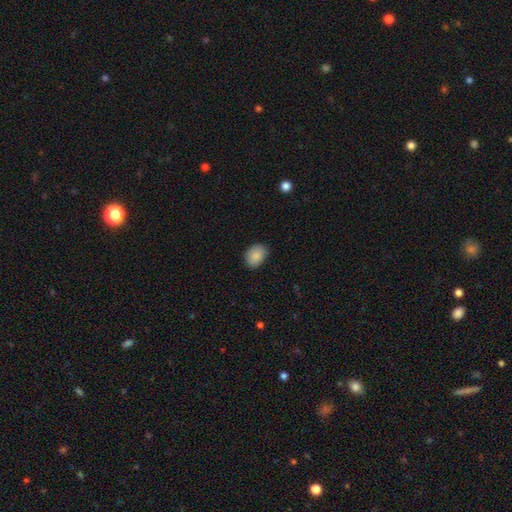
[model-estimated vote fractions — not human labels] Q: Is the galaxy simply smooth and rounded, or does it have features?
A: smooth — 88%.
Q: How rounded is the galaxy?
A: in between — 72%.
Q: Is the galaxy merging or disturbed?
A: none — 83%.